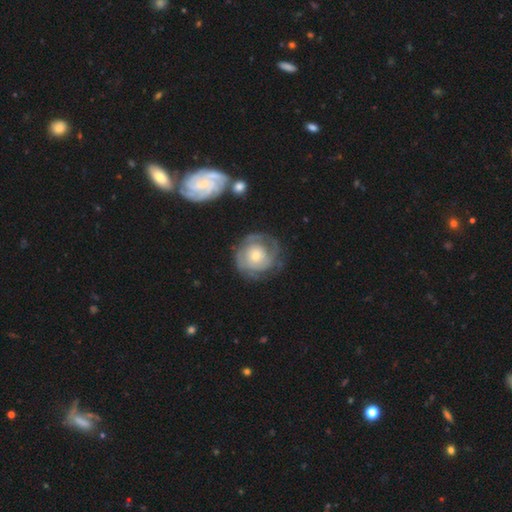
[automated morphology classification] The model was most divided on "bulge size": small: 48%, moderate: 42%, large: 7%, none: 2%, dominant: 1%. More confident: edge-on disk — no (97%); bar — no (84%); spiral arms — yes (74%); merging — none (71%); smooth or featured — featured or disk (65%).